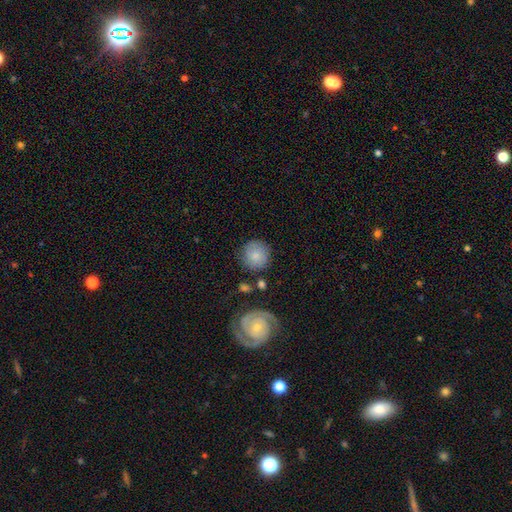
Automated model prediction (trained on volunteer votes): A smooth galaxy with no disk features (79%) that is round (93%).

Vote fractions:
- Smooth or featured? smooth: 79% / featured or disk: 14% / star or artifact: 7%
- How rounded? round: 93% / in between: 6% / cigar-shaped: 1%
- Merging? none: 79% / minor disturbance: 12% / merger: 5% / major disturbance: 4%